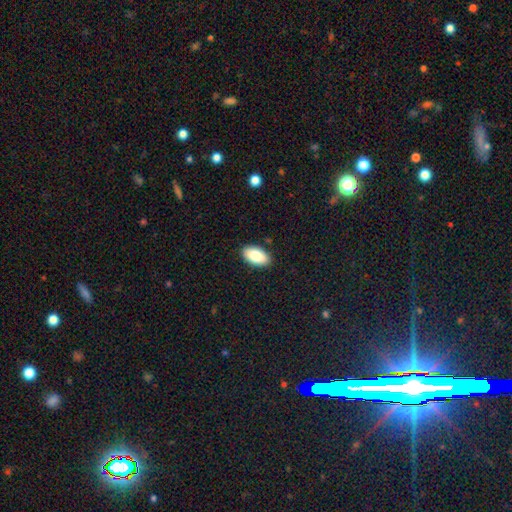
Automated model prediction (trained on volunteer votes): A smooth galaxy with no disk features (85%) that is in between round and cigar-shaped (95%). Merging: none (88%).